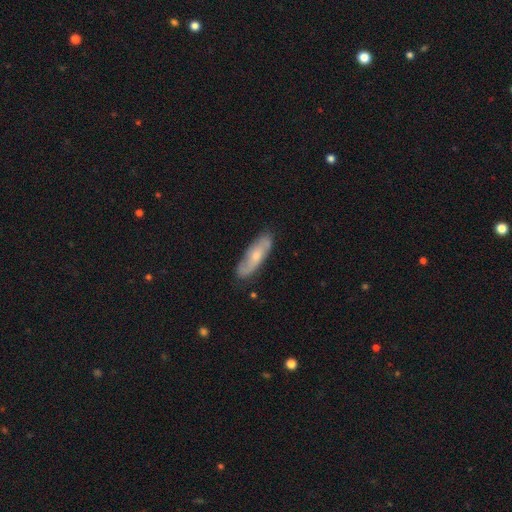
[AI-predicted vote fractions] featured or disk 52%, smooth 41%, star or artifact 6%. Down the decision tree: edge-on disk — no (73%); merging — none (81%).